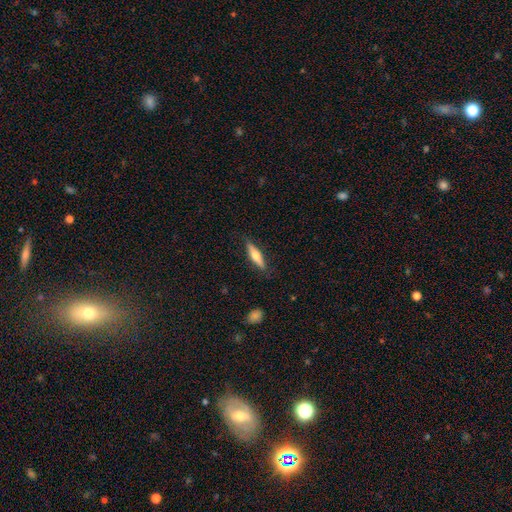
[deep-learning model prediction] A smooth galaxy with no disk features (49%). Merging: none (86%).